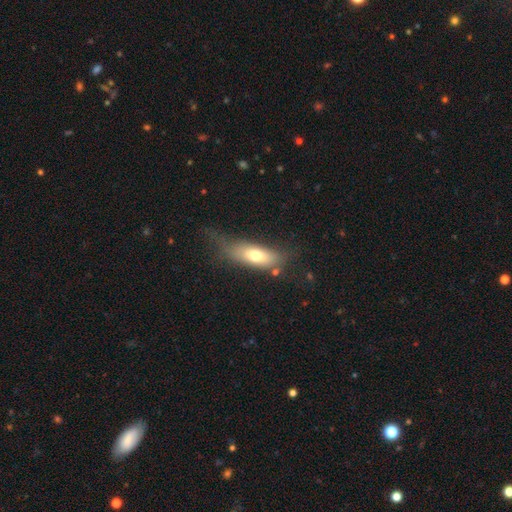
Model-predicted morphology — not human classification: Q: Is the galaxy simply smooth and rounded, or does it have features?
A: smooth — 67%.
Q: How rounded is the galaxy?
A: in between — 75%.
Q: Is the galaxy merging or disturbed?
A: none — 51%.